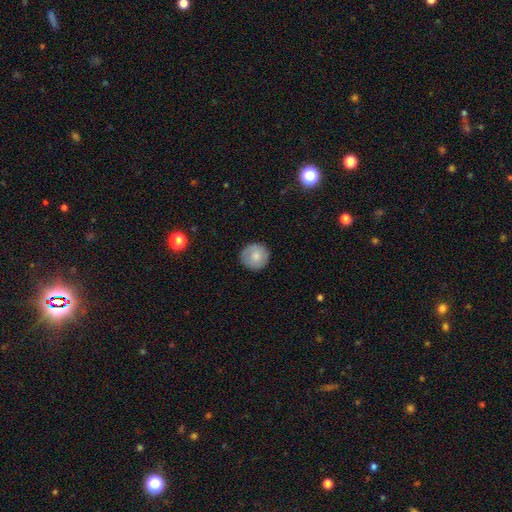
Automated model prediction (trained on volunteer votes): smooth-or-featured: smooth: 79% | featured or disk: 14% | star or artifact: 7%
  how-rounded: round: 94% | in between: 5% | cigar-shaped: 1%
  merging: none: 88% | minor disturbance: 9% | major disturbance: 2% | merger: 1%